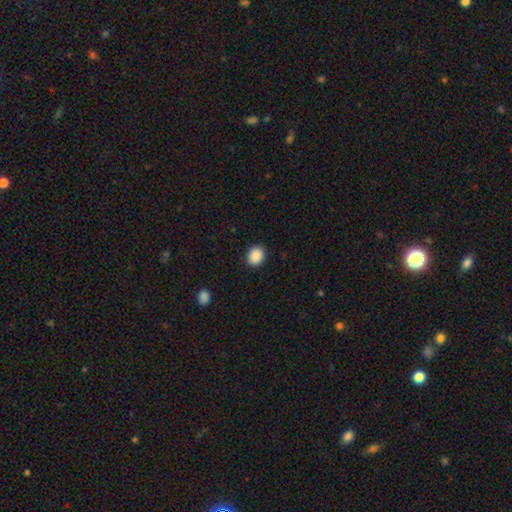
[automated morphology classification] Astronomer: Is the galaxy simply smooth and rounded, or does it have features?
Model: smooth — 90%.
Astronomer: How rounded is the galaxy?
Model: round — 55% (runner-up: in between, 44%).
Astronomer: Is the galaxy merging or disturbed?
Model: none — 90%.